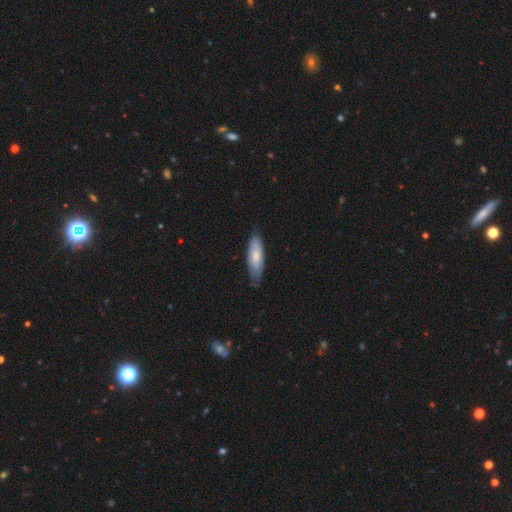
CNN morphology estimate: smooth_or_featured: smooth (p=0.68) [alt: featured or disk p=0.27]
how_rounded: in between (p=0.56) [alt: cigar-shaped p=0.42]
merging: none (p=0.71) [alt: minor disturbance p=0.25]